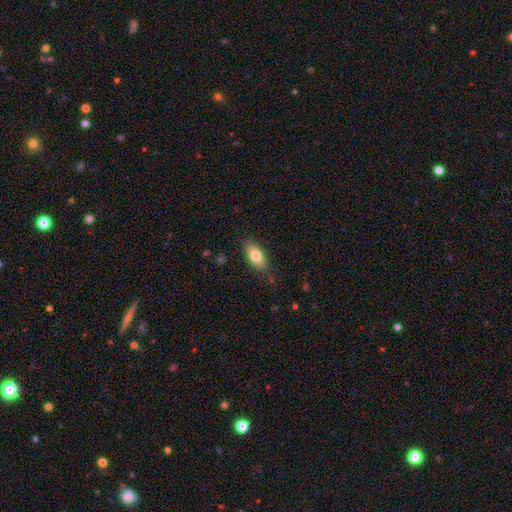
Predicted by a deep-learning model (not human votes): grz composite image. It shows a smooth galaxy with no disk features (78%) that is in between round and cigar-shaped (84%). Merging: none (81%).